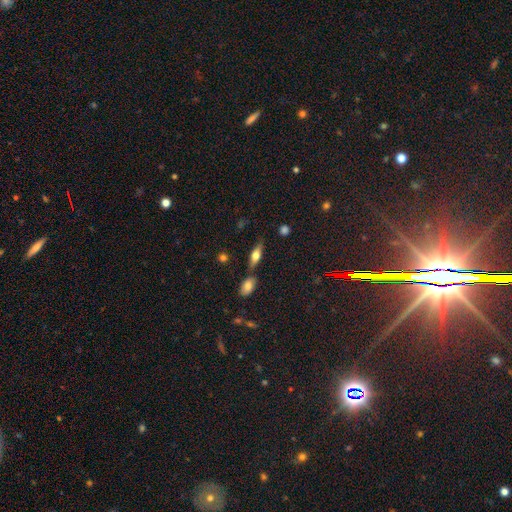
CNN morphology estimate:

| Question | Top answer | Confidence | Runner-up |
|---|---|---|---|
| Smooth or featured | smooth | 50% | featured or disk (41%) |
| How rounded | in between | 59% | cigar-shaped (37%) |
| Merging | none | 73% | minor disturbance (13%) |